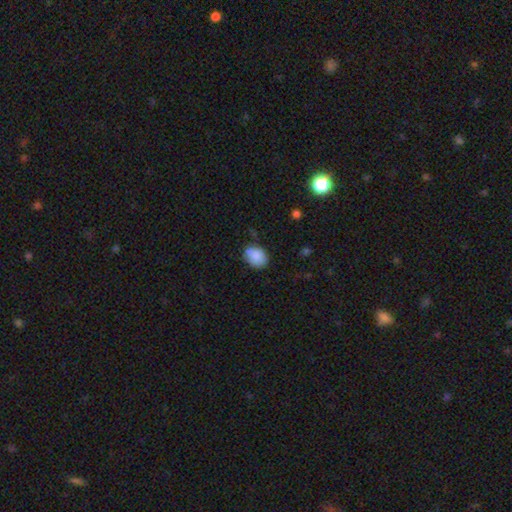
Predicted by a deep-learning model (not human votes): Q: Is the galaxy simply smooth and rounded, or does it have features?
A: smooth — 86%.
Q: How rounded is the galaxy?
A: in between — 66%.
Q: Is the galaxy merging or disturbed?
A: none — 67%.